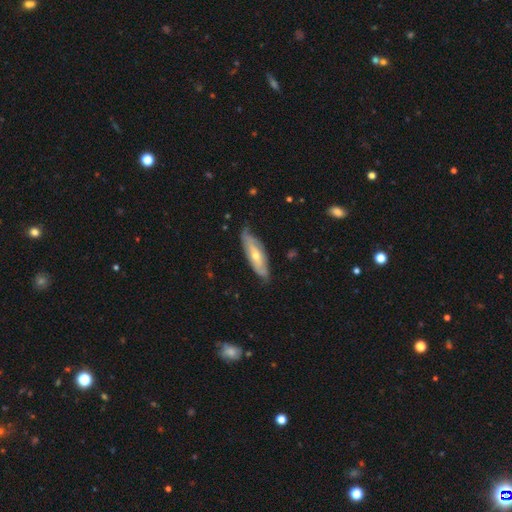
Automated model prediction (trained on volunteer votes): Overall: featured or disk (56%; smooth 38%). Edge-on disk: no (64%; yes 36%). Merging: none (69%).